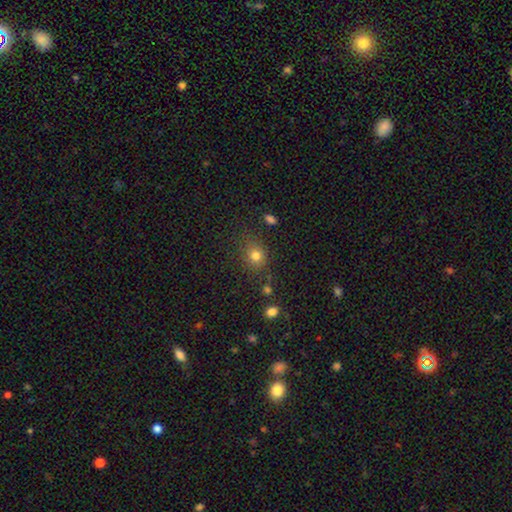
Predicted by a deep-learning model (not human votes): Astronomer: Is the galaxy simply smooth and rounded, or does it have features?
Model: smooth — 78%.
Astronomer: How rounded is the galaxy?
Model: round — 71%.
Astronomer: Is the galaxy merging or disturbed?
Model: none — 75%.